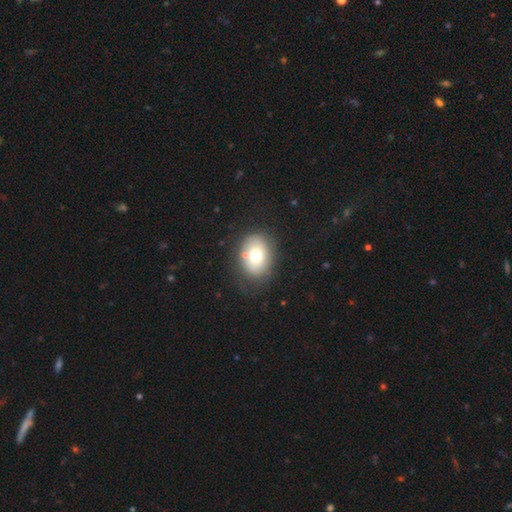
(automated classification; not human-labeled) Morphology: type=smooth (71%); roundness=in between (66%); merging=none (69%).